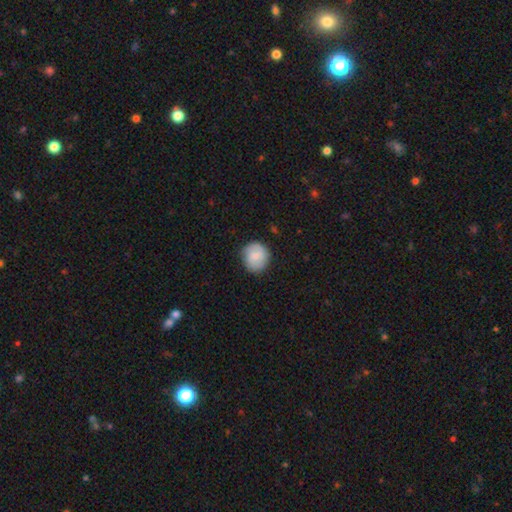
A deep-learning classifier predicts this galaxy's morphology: A smooth galaxy with no disk features (68%) that is round (86%).

Vote fractions:
- Smooth or featured? smooth: 68% / featured or disk: 25% / star or artifact: 7%
- How rounded? round: 86% / in between: 13% / cigar-shaped: 1%
- Merging? none: 81% / minor disturbance: 14% / major disturbance: 3% / merger: 1%